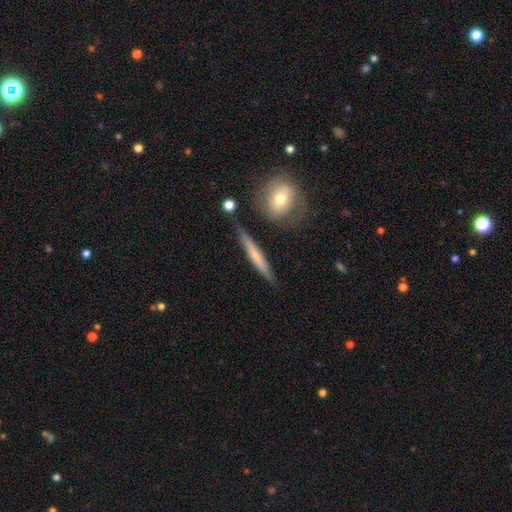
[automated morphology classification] Smooth or featured? Predicted: smooth (p=0.55). How rounded? Predicted: cigar-shaped (p=0.92). Merging? Predicted: none (p=0.83).